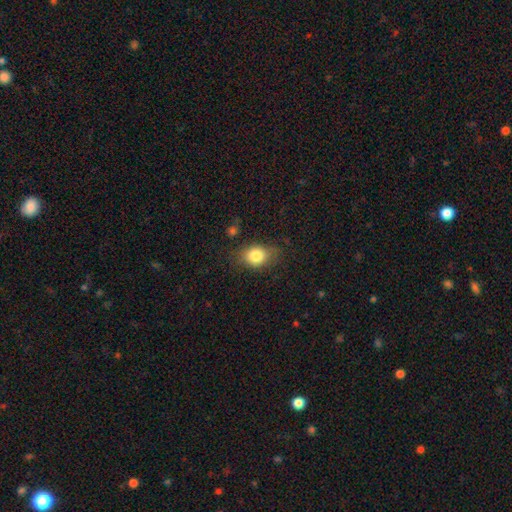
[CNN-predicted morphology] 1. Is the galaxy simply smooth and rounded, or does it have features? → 83% smooth, 9% star or artifact, 8% featured or disk.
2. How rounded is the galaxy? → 61% in between, 38% round, 1% cigar-shaped.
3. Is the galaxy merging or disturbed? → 71% none, 20% minor disturbance, 6% major disturbance, 2% merger.